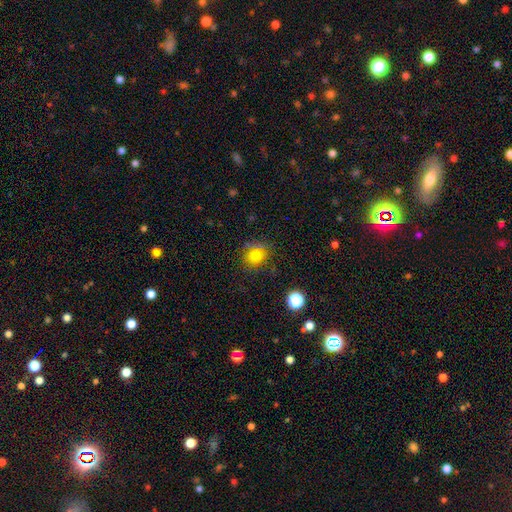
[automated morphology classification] smooth 77%, star or artifact 14%, featured or disk 9%. Down the decision tree: how rounded — round (78%); merging — none (72%).